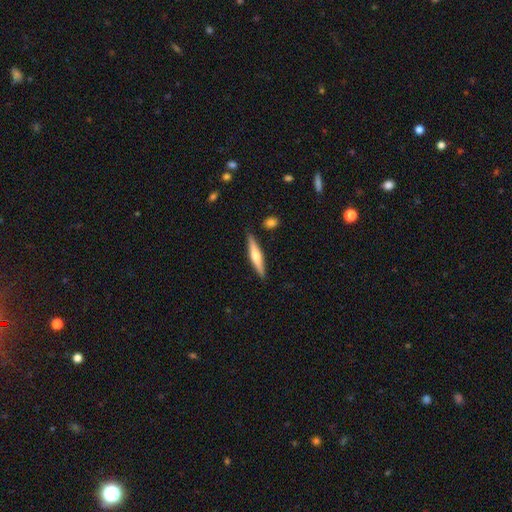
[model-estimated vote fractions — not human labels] Smooth or featured: featured or disk — 53% (smooth — 41%)
Edge-on disk: yes — 96% (no — 4%)
Edge-on bulge: rounded — 86% (none — 7%)
Merging: none — 88% (minor disturbance — 8%)